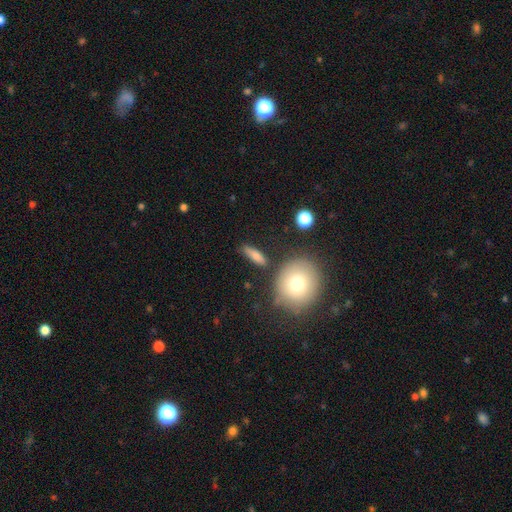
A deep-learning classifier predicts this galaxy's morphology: Smooth or featured? smooth (74%)
How rounded? cigar-shaped (51%)
Merging? none (79%)